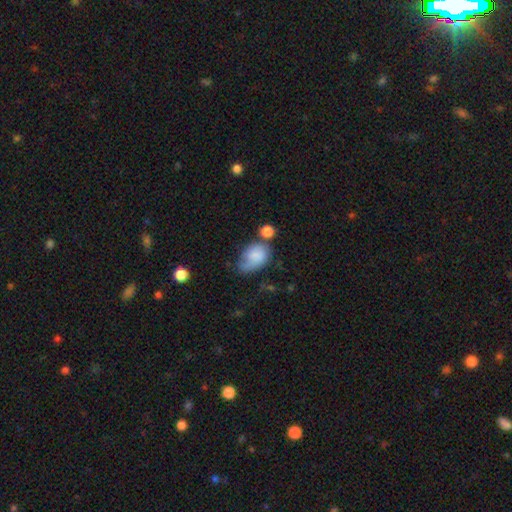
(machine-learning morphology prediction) This is likely a smooth galaxy (72%). How rounded: likely in between (79%). Merging: marginally none (33%).